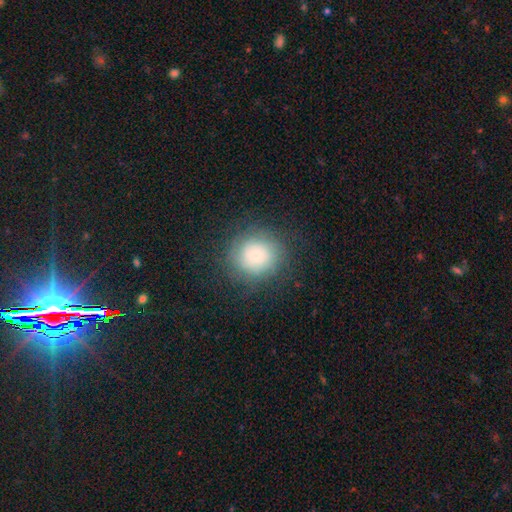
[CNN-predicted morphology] Smooth or featured?
  - smooth: 64% *
  - featured or disk: 25%
  - star or artifact: 12%
How rounded?
  - round: 88% *
  - in between: 11%
  - cigar-shaped: 1%
Merging?
  - none: 78% *
  - minor disturbance: 13%
  - major disturbance: 8%
  - merger: 1%